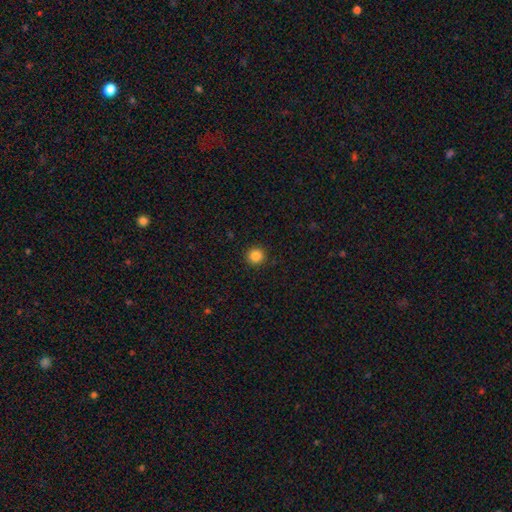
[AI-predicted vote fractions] Smooth or featured? Predicted: smooth (p=0.86). How rounded? Predicted: round (p=0.93). Merging? Predicted: none (p=0.92).